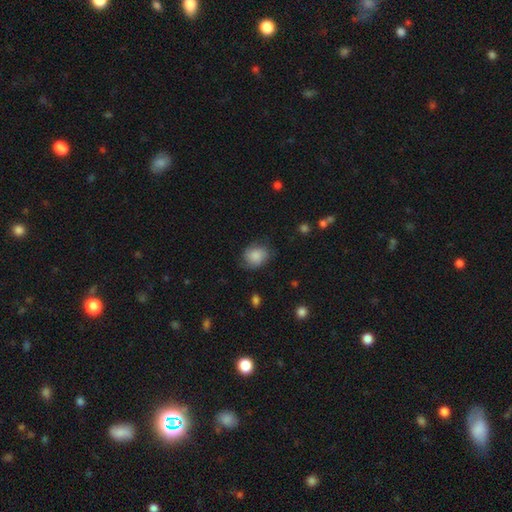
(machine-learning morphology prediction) smooth 80%, featured or disk 13%, star or artifact 8%. Down the decision tree: how rounded — round (52%); merging — none (65%).